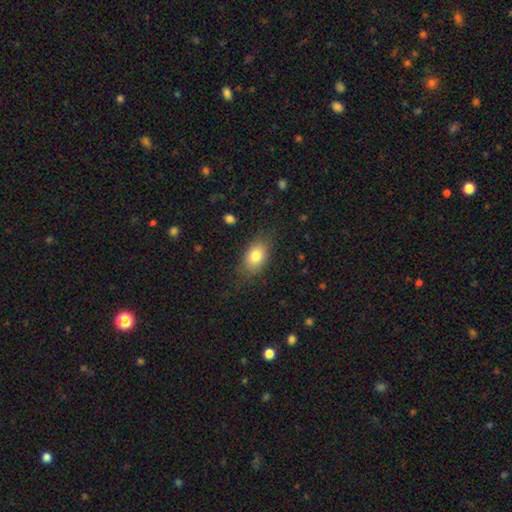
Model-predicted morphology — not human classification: smooth 80%, featured or disk 12%, star or artifact 8%. Down the decision tree: how rounded — in between (84%); merging — none (77%).